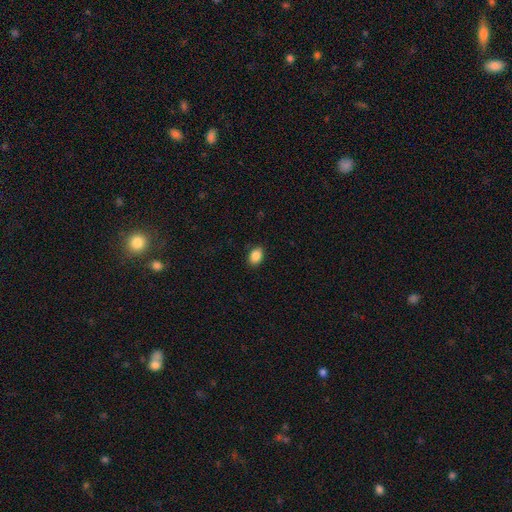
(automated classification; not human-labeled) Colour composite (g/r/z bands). It shows a smooth galaxy with no disk features (87%) that is in between round and cigar-shaped (77%). Merging: none (87%).